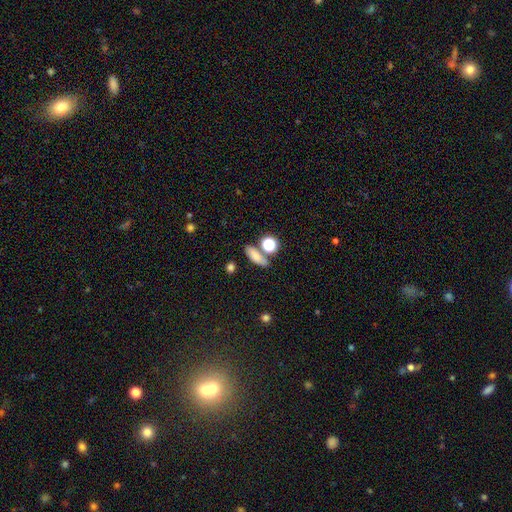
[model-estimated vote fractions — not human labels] Smooth or featured? smooth (77%)
How rounded? in between (55%)
Merging? none (67%)